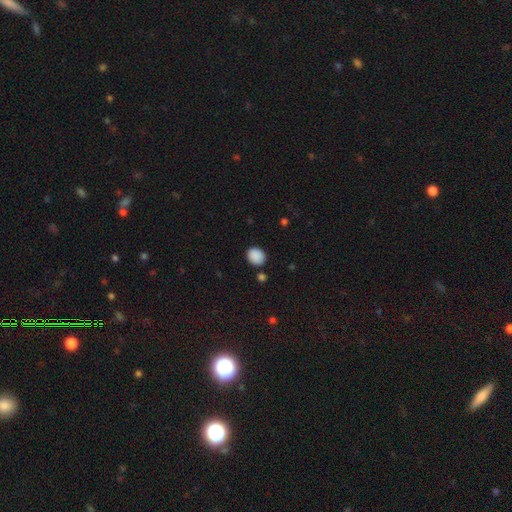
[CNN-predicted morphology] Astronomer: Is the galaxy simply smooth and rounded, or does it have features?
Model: smooth — 88%.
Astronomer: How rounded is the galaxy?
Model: round — 65%.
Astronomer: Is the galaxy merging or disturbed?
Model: none — 83%.